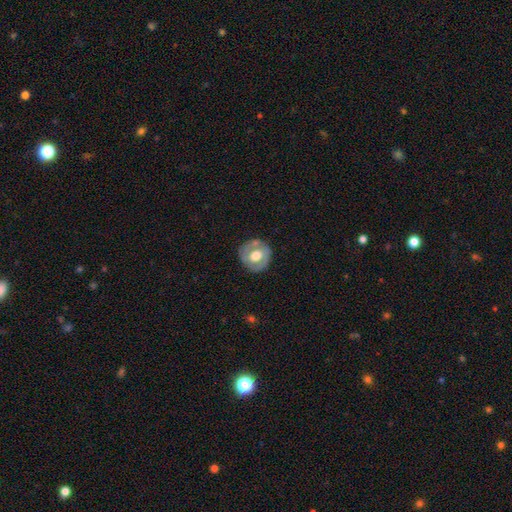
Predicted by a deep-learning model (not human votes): smooth_or_featured: featured or disk (p=0.51) [alt: smooth p=0.43]
disk_edge_on: no (p=0.95) [alt: yes p=0.05]
merging: none (p=0.78) [alt: minor disturbance p=0.15]